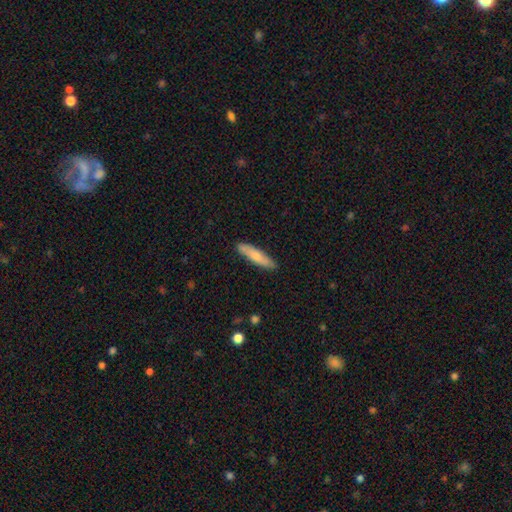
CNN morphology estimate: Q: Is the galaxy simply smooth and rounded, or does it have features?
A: smooth — 75%.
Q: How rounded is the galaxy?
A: cigar-shaped — 82%.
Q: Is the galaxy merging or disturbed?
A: none — 87%.